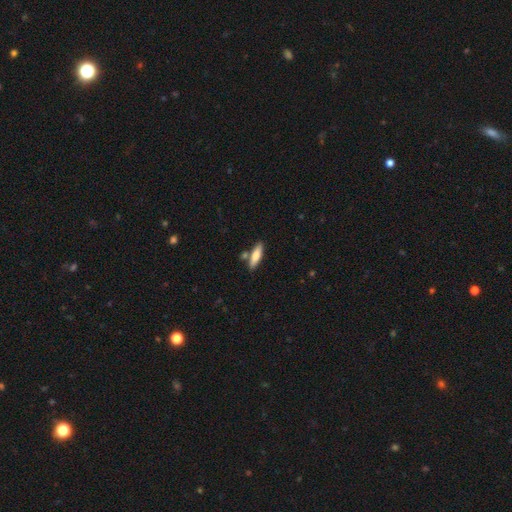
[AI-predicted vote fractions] This appears to be a smooth galaxy with no disk features (72%) that is cigar-shaped (62%). Merging: none (76%).